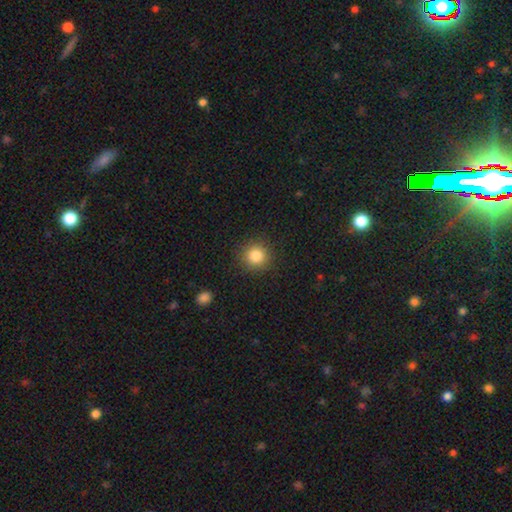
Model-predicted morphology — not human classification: smooth 83%, star or artifact 11%, featured or disk 5%. Down the decision tree: how rounded — round (94%); merging — none (90%).